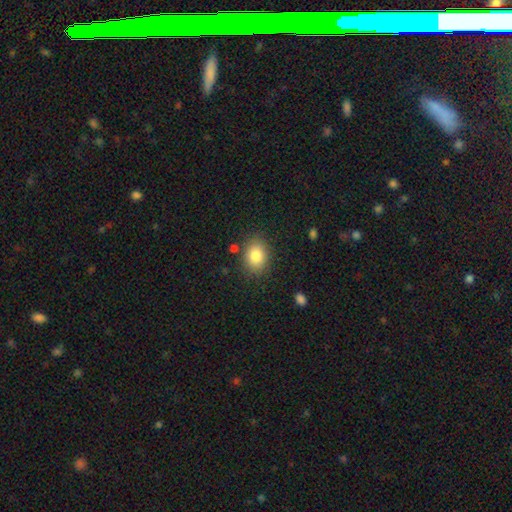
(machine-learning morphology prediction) Smooth or featured?
  - smooth: 84% *
  - star or artifact: 9%
  - featured or disk: 7%
How rounded?
  - in between: 64% *
  - round: 35%
  - cigar-shaped: 1%
Merging?
  - none: 83% *
  - minor disturbance: 11%
  - major disturbance: 3%
  - merger: 3%